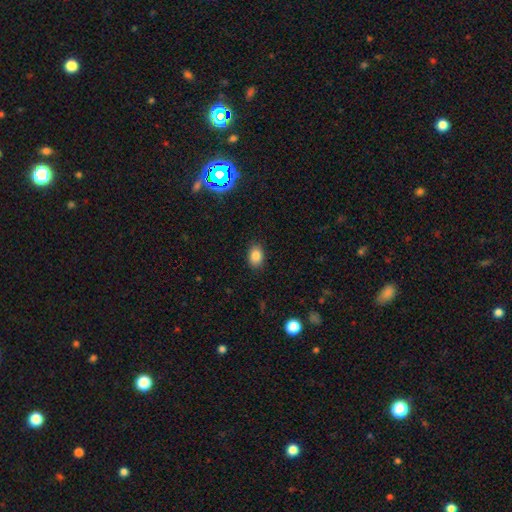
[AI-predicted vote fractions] A smooth galaxy with no disk features (84%) that is in between round and cigar-shaped (76%).

Vote fractions:
- Smooth or featured? smooth: 84% / star or artifact: 11% / featured or disk: 5%
- How rounded? in between: 76% / round: 23% / cigar-shaped: 1%
- Merging? none: 87% / minor disturbance: 9% / major disturbance: 2% / merger: 1%